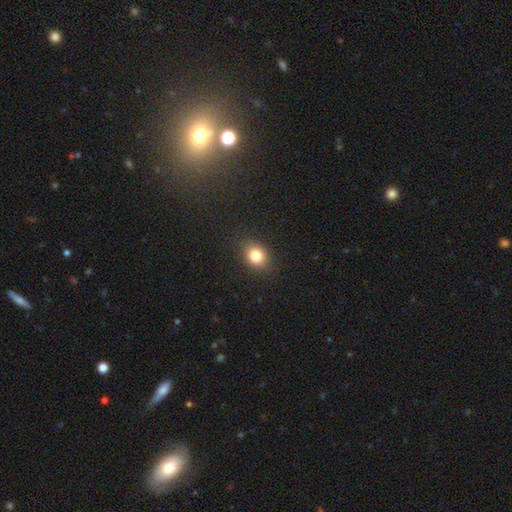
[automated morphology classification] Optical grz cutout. It shows a smooth galaxy with no disk features (81%) that is round (52%). Merging: none (86%).